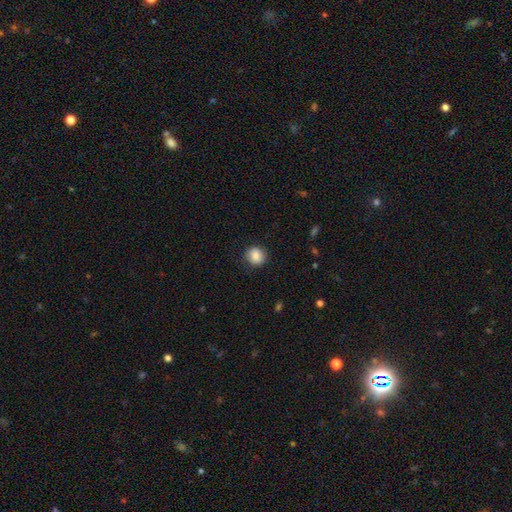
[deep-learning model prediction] Morphology: type=smooth (86%); roundness=round (86%); merging=none (85%).